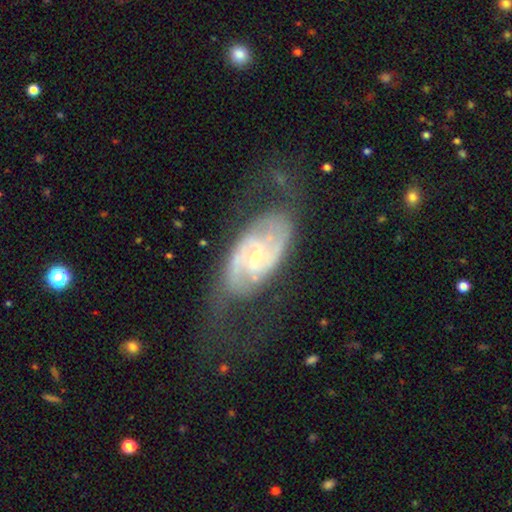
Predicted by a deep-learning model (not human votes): featured or disk 86%, smooth 9%, star or artifact 5%. Down the decision tree: edge-on disk — no (95%); bar — no (45%); spiral arms — yes (95%); spiral arm count — 2 (68%); spiral winding — tight (42%, tied with medium); bulge size — moderate (56%); merging — none (58%).